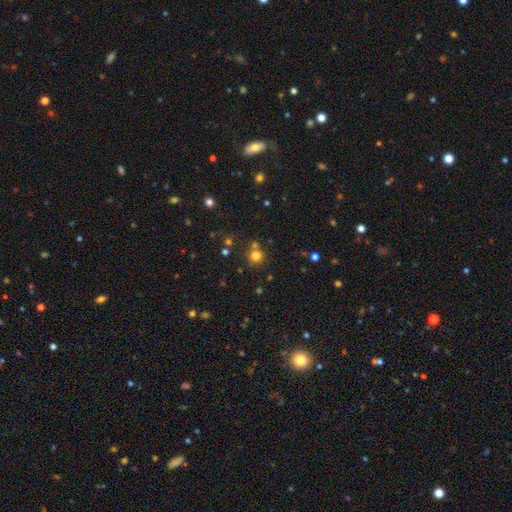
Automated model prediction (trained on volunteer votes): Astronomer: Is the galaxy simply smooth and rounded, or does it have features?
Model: smooth — 75%.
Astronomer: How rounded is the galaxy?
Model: round — 91%.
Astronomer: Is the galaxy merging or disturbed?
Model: none — 72%.